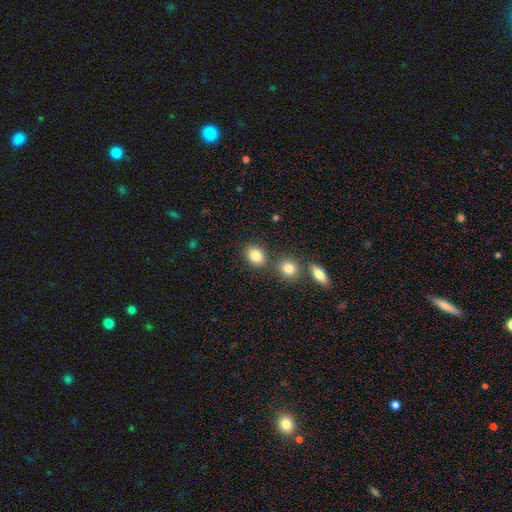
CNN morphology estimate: Smooth or featured? Predicted: smooth (p=0.83). How rounded? Predicted: round (p=0.50). Merging? Predicted: none (p=0.76).